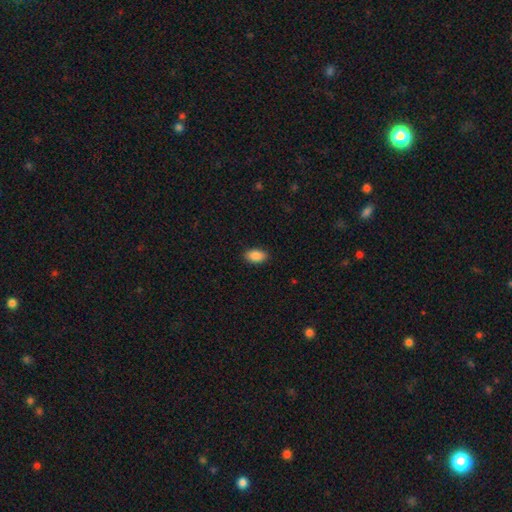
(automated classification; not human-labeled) A smooth galaxy with no disk features (89%) that is in between round and cigar-shaped (91%).

Vote fractions:
- Smooth or featured? smooth: 89% / star or artifact: 7% / featured or disk: 4%
- How rounded? in between: 91% / round: 7% / cigar-shaped: 2%
- Merging? none: 88% / minor disturbance: 9% / major disturbance: 2% / merger: 1%